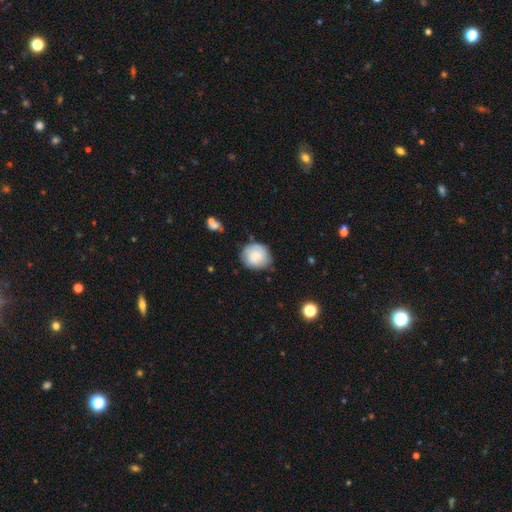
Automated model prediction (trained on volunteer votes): Smooth or featured?
  - smooth: 76% *
  - featured or disk: 17%
  - star or artifact: 8%
How rounded?
  - round: 79% *
  - in between: 20%
  - cigar-shaped: 1%
Merging?
  - none: 71% *
  - minor disturbance: 22%
  - major disturbance: 4%
  - merger: 2%